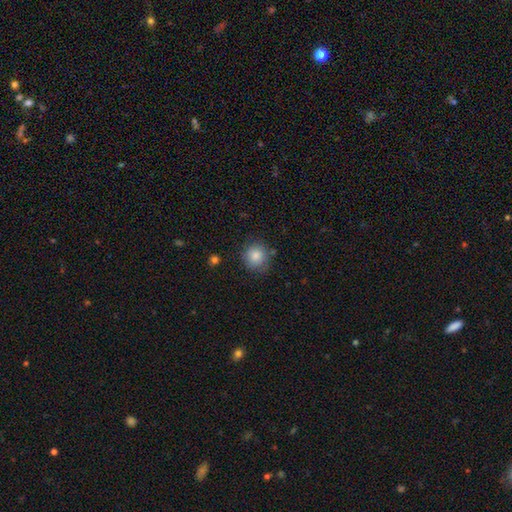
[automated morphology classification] Smooth or featured: smooth — 85% (star or artifact — 9%)
How rounded: round — 89% (in between — 10%)
Merging: none — 80% (minor disturbance — 13%)